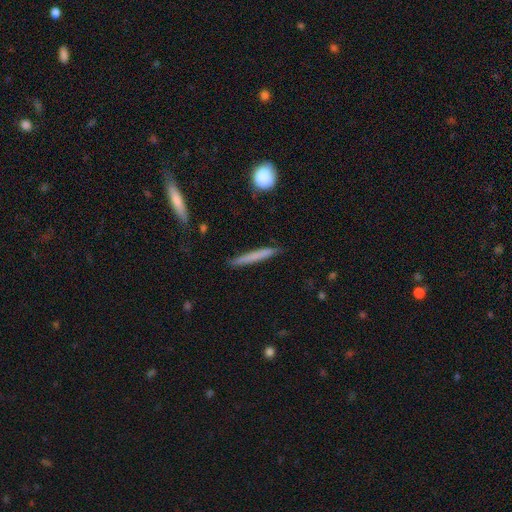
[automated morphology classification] Smooth or featured? Predicted: smooth (p=0.64). How rounded? Predicted: cigar-shaped (p=0.96). Merging? Predicted: none (p=0.88).